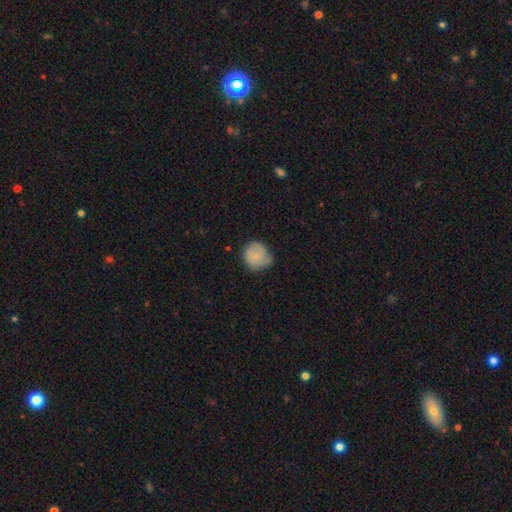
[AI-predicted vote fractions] A smooth galaxy with no disk features (75%) that is round (86%).

Vote fractions:
- Smooth or featured? smooth: 75% / featured or disk: 18% / star or artifact: 7%
- How rounded? round: 86% / in between: 13% / cigar-shaped: 1%
- Merging? none: 53% / minor disturbance: 36% / major disturbance: 9% / merger: 2%